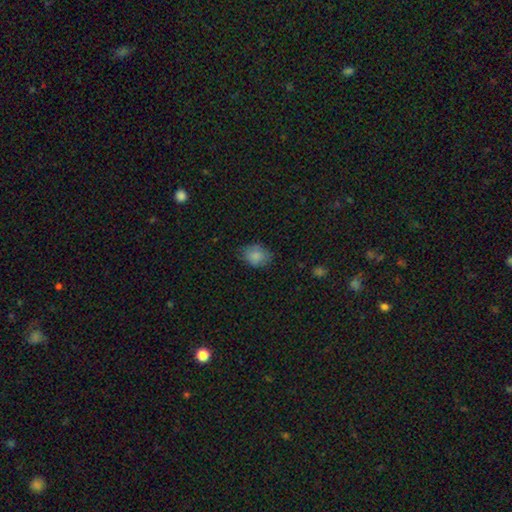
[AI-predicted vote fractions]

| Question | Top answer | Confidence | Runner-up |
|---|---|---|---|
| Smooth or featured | smooth | 85% | star or artifact (9%) |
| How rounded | in between | 63% | round (36%) |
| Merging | none | 73% | minor disturbance (21%) |